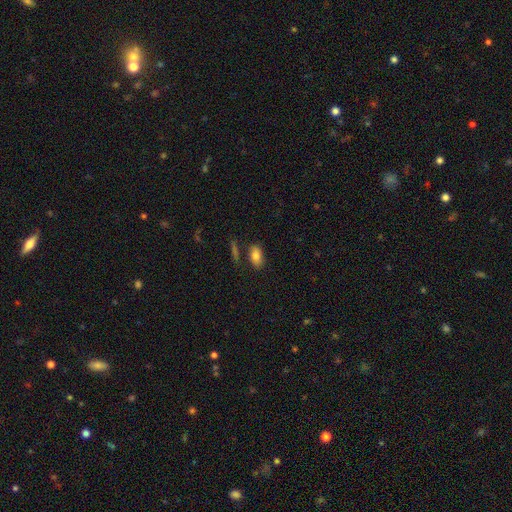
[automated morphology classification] The model was most divided on "merging": none: 77%, minor disturbance: 13%, merger: 6%, major disturbance: 3%. More confident: how rounded — in between (89%); smooth or featured — smooth (80%).